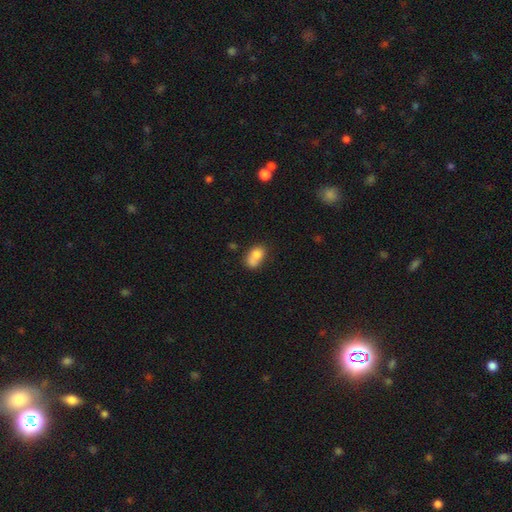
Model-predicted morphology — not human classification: This is likely a smooth galaxy (75%). How rounded: likely in between (75%). Merging: marginally merger (42%).